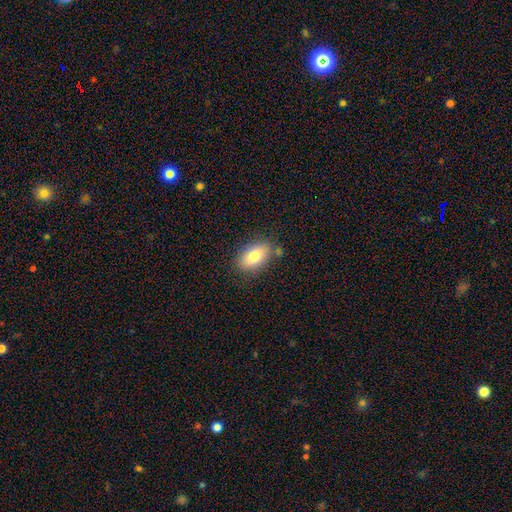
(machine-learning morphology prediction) smooth-or-featured: smooth: 78% | featured or disk: 14% | star or artifact: 8%
  how-rounded: in between: 91% | round: 6% | cigar-shaped: 3%
  merging: none: 79% | minor disturbance: 14% | merger: 4% | major disturbance: 3%